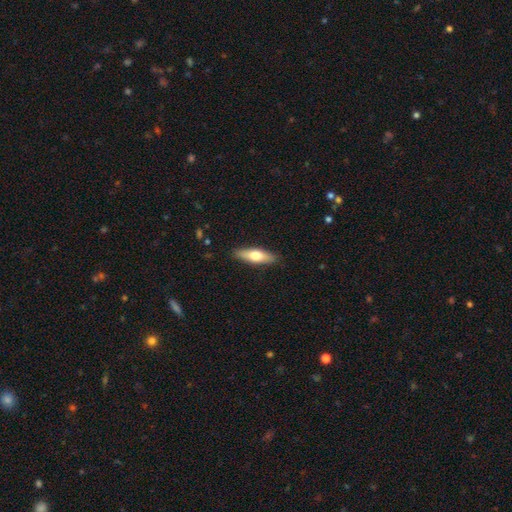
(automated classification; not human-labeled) Smooth or featured: smooth — 58% (featured or disk — 36%)
How rounded: cigar-shaped — 53% (in between — 45%)
Merging: none — 89% (minor disturbance — 9%)